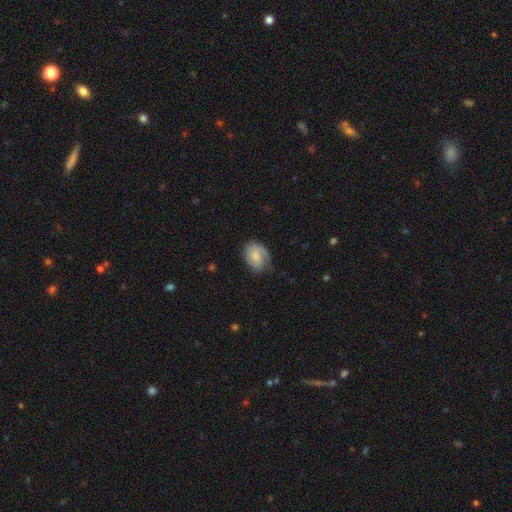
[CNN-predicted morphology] smooth-or-featured: smooth: 53% | featured or disk: 40% | star or artifact: 7%
  how-rounded: in between: 72% | round: 26% | cigar-shaped: 1%
  merging: none: 58% | minor disturbance: 28% | major disturbance: 13% | merger: 1%